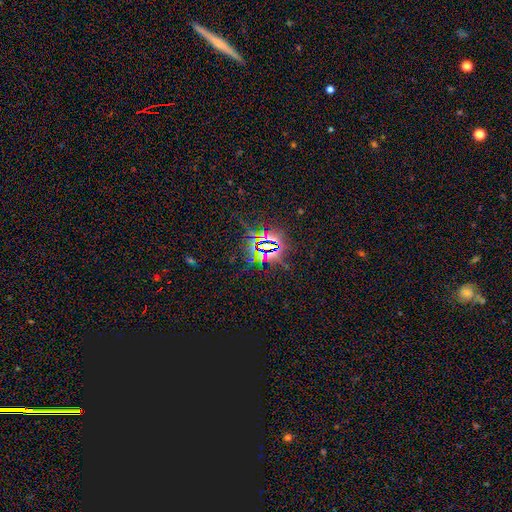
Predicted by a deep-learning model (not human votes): Smooth or featured: star or artifact — 85% (featured or disk — 8%)